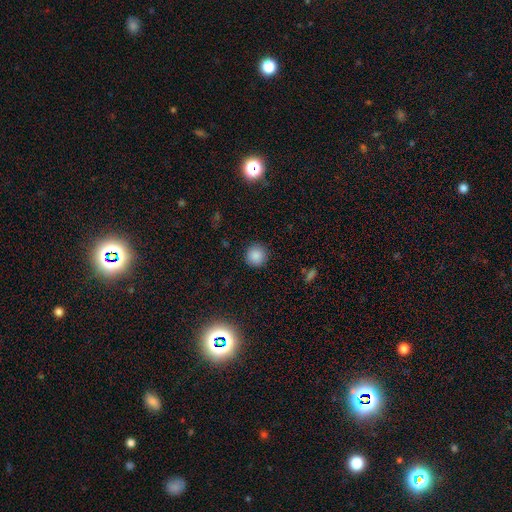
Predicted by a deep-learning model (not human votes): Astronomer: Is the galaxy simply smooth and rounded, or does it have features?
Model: smooth — 85%.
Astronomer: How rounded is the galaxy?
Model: round — 94%.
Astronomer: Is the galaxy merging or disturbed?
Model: none — 91%.